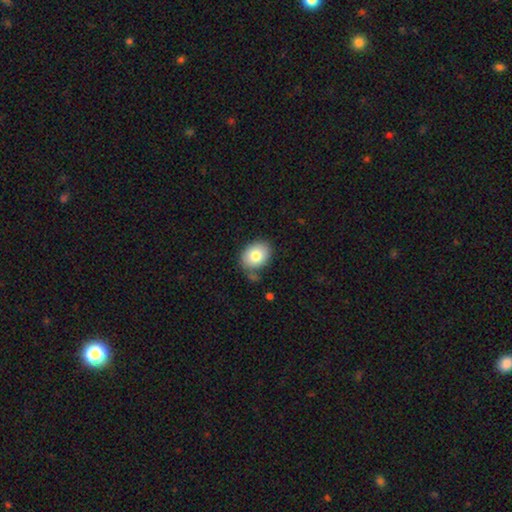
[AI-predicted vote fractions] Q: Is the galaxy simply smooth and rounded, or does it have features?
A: smooth — 80%.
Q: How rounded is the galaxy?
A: in between — 63%.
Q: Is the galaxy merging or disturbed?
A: none — 73%.